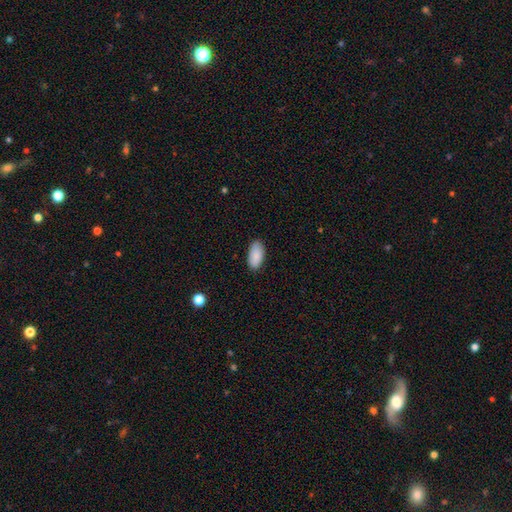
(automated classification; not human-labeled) smooth 88%, star or artifact 6%, featured or disk 5%. Down the decision tree: how rounded — in between (95%); merging — none (86%).